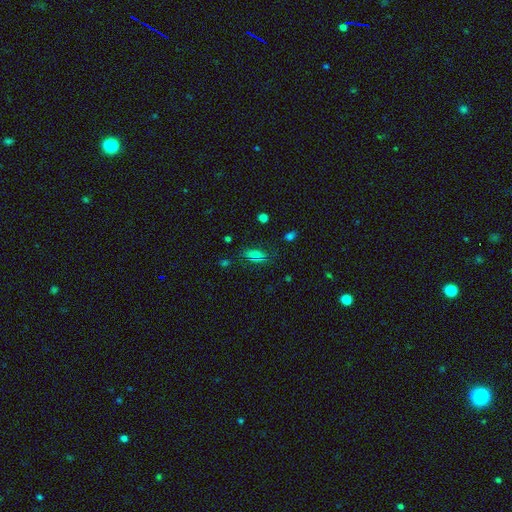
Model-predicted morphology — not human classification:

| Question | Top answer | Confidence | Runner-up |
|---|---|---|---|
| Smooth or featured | smooth | 67% | featured or disk (18%) |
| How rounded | in between | 84% | cigar-shaped (9%) |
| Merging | none | 70% | minor disturbance (20%) |